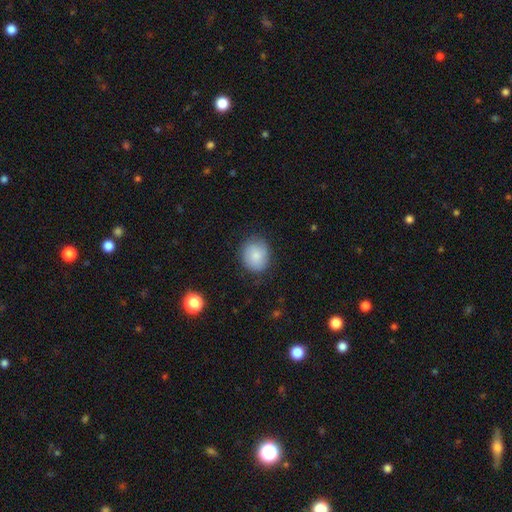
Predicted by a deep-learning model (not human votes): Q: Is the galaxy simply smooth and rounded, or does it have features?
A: smooth — 82%.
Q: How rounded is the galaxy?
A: round — 73%.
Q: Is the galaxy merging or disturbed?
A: none — 80%.